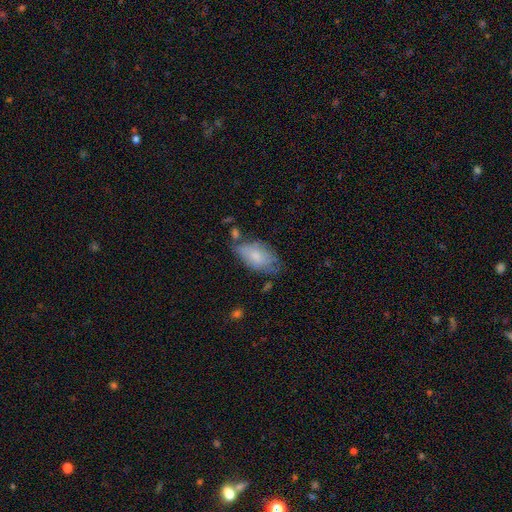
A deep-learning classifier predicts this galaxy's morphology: Smooth or featured? smooth (70%)
How rounded? in between (92%)
Merging? none (47%)